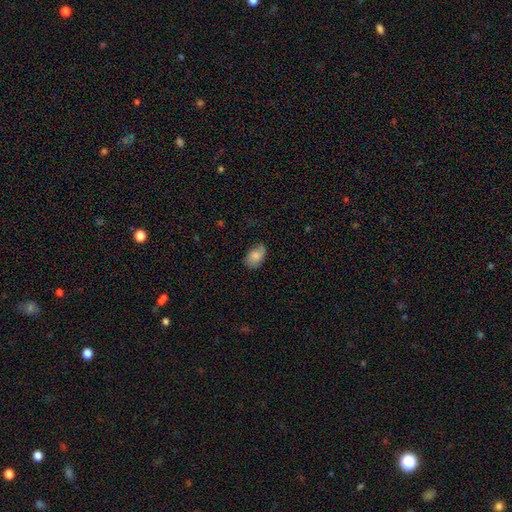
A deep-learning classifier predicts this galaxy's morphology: Smooth or featured? smooth (76%)
How rounded? in between (86%)
Merging? none (56%)